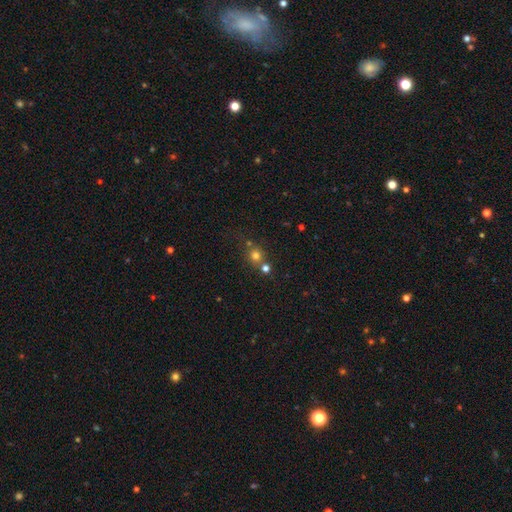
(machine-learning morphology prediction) smooth 73%, star or artifact 18%, featured or disk 9%. Down the decision tree: how rounded — round (88%); merging — none (62%).